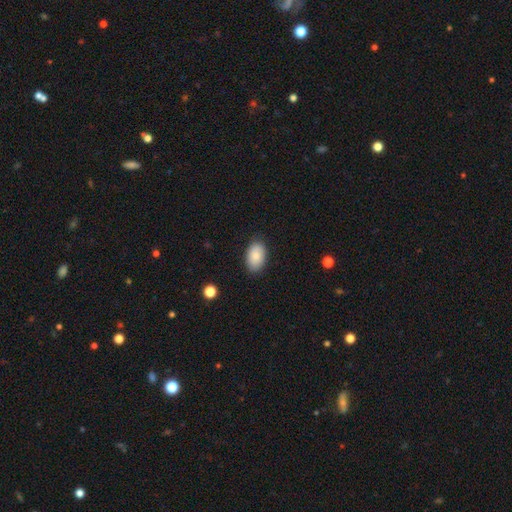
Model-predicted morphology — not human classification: type=smooth (84%); roundness=in between (91%); merging=none (86%).